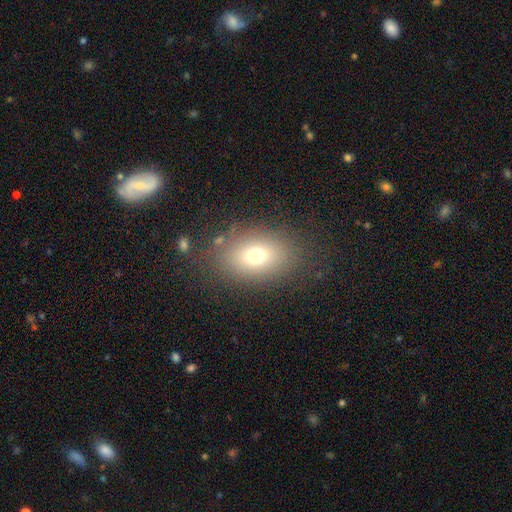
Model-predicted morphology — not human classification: Smooth or featured? smooth (71%)
How rounded? in between (76%)
Merging? none (80%)